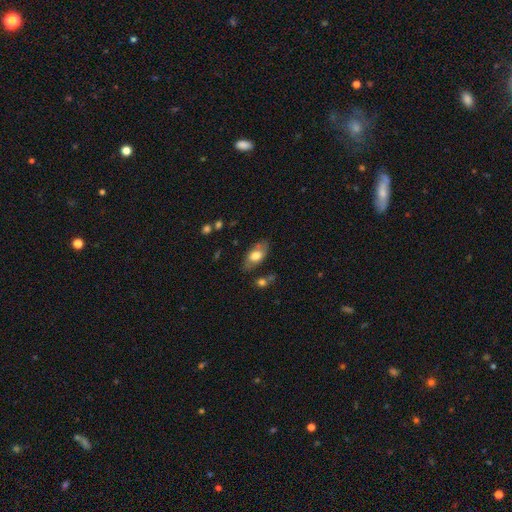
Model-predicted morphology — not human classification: This appears to be a smooth galaxy with no disk features (65%) that is in between round and cigar-shaped (91%). Merging: none (69%).